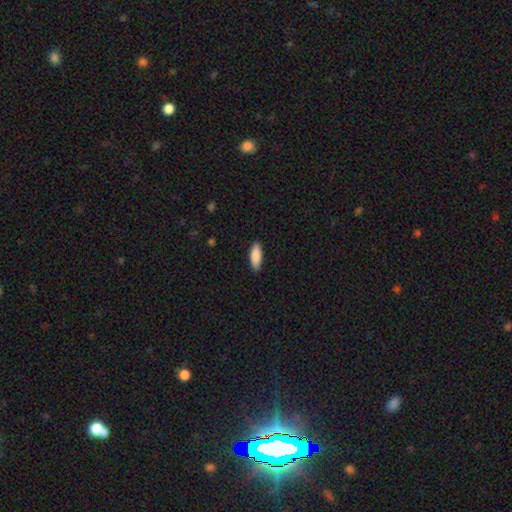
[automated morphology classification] This is clearly a smooth galaxy (88%). How rounded: likely in between (64%). Merging: clearly none (88%).